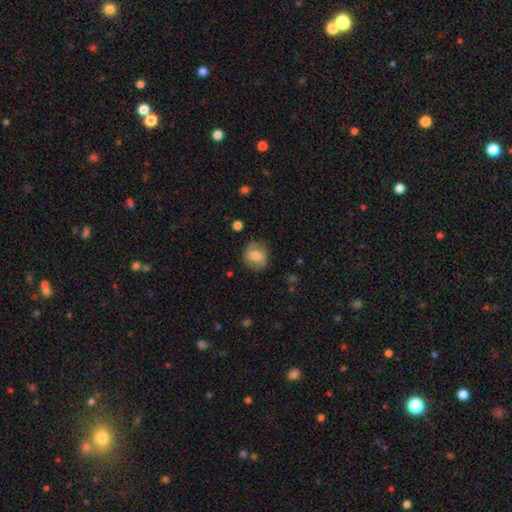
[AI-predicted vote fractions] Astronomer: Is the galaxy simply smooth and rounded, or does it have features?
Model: smooth — 69%.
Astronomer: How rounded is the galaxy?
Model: round — 78%.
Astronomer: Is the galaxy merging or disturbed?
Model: none — 78%.